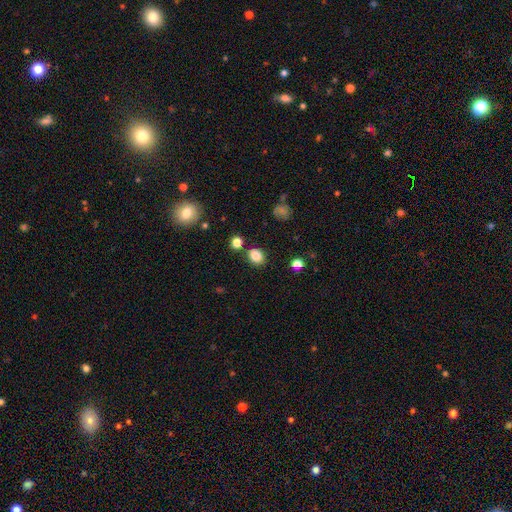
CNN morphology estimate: Smooth or featured?
  - smooth: 83% *
  - star or artifact: 12%
  - featured or disk: 5%
How rounded?
  - round: 57% *
  - in between: 42%
  - cigar-shaped: 1%
Merging?
  - none: 81% *
  - minor disturbance: 10%
  - merger: 6%
  - major disturbance: 3%